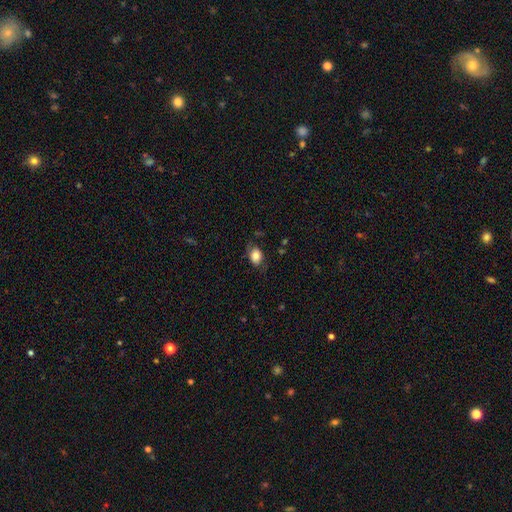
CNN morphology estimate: smooth 76%, featured or disk 16%, star or artifact 8%. Down the decision tree: how rounded — in between (78%); merging — none (65%).